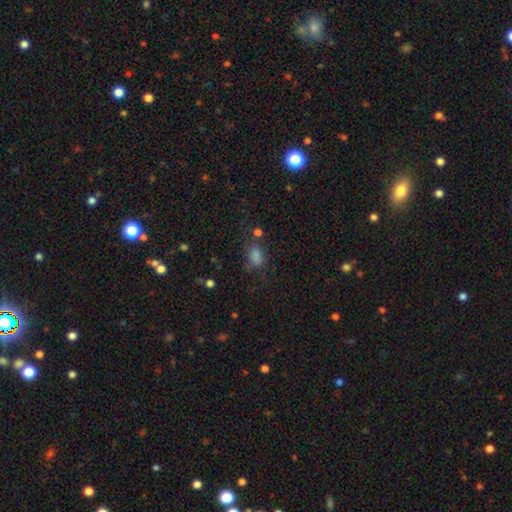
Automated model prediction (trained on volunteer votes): smooth-or-featured: smooth: 72% | star or artifact: 21% | featured or disk: 8%
  how-rounded: in between: 75% | round: 22% | cigar-shaped: 3%
  merging: none: 61% | minor disturbance: 20% | major disturbance: 11% | merger: 7%